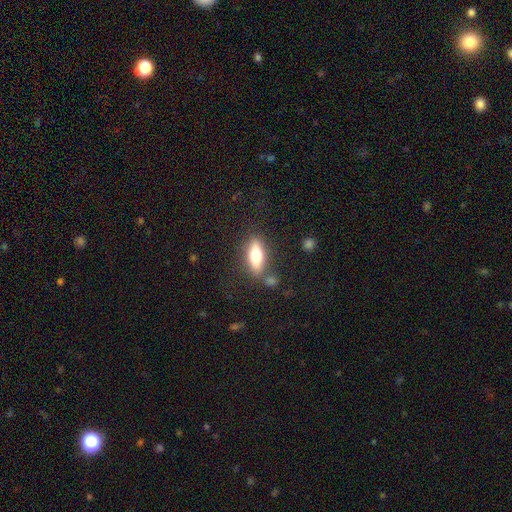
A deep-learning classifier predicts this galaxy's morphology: type=smooth (68%); roundness=in between (67%); merging=none (76%).